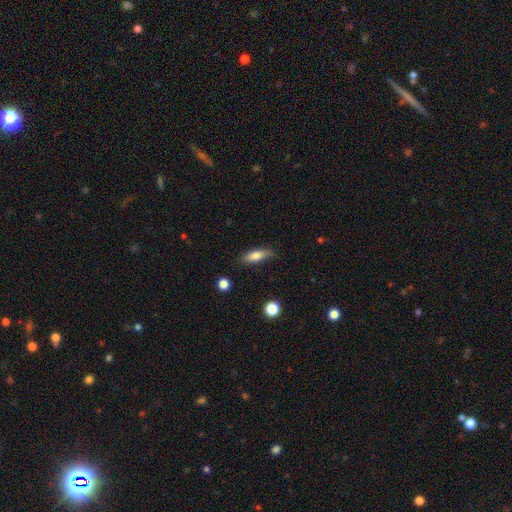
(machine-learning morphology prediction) type=smooth (77%); roundness=in between (60%); merging=none (74%).